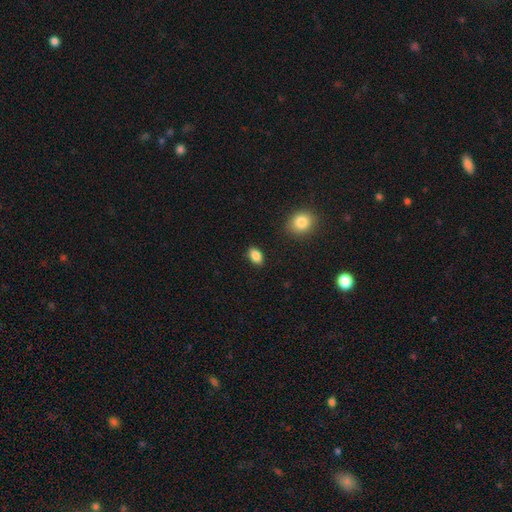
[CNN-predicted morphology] smooth_or_featured: smooth (p=0.87) [alt: star or artifact p=0.09]
how_rounded: in between (p=0.87) [alt: round p=0.11]
merging: none (p=0.88) [alt: minor disturbance p=0.08]